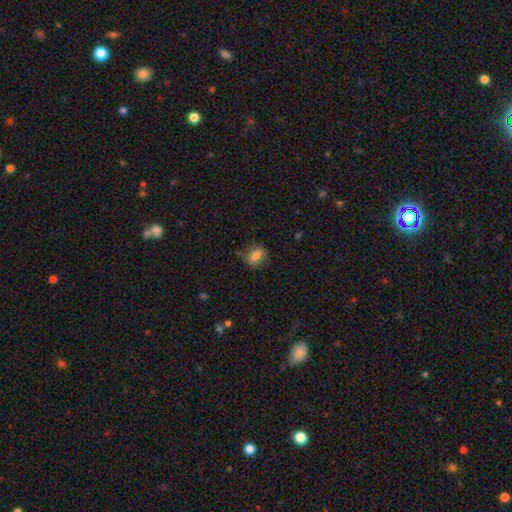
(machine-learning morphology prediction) A smooth galaxy with no disk features (78%) that is in between round and cigar-shaped (69%). Merging: none (73%).